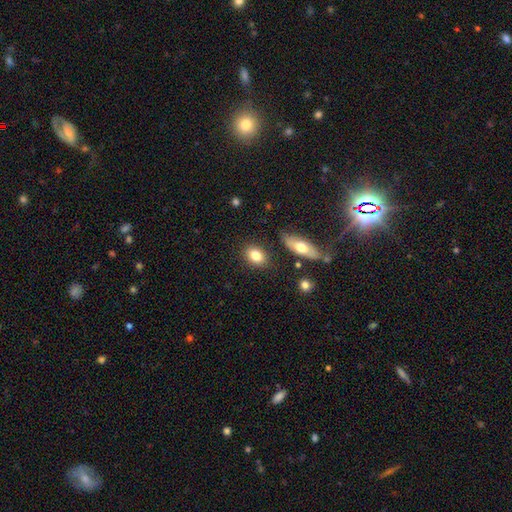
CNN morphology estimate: Smooth or featured?
  - smooth: 81% *
  - featured or disk: 11%
  - star or artifact: 8%
How rounded?
  - in between: 73% *
  - round: 24%
  - cigar-shaped: 3%
Merging?
  - none: 83% *
  - minor disturbance: 10%
  - merger: 4%
  - major disturbance: 3%